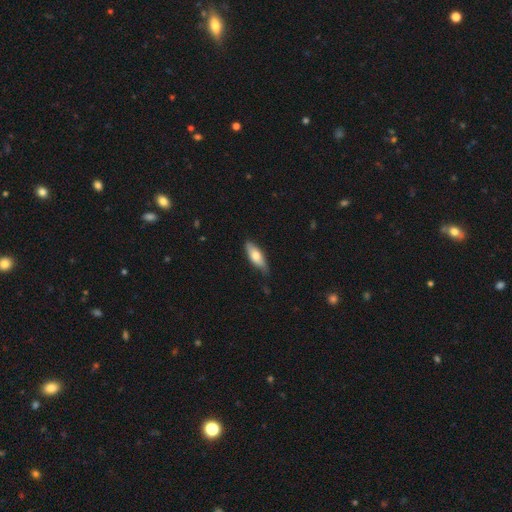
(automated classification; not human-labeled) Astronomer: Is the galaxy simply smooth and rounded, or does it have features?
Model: smooth — 67%.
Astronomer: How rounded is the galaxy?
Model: in between — 65%.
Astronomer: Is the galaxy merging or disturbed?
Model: none — 77%.